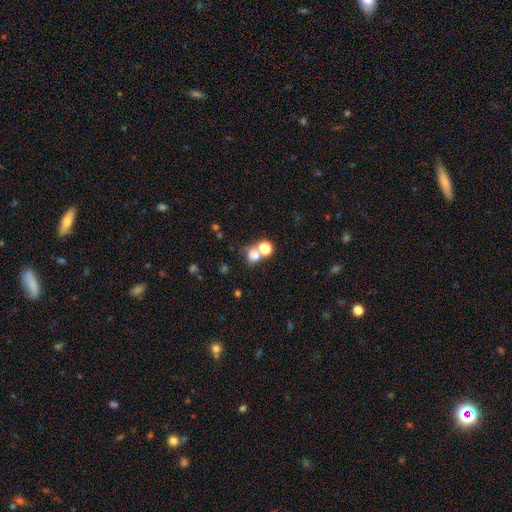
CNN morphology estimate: This is likely a smooth galaxy (71%). How rounded: likely round (73%). Merging: marginally none (44%).